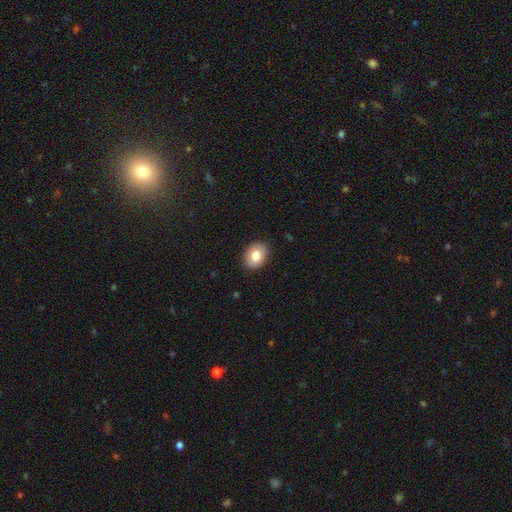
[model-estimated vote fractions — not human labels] A smooth galaxy with no disk features (80%) that is in between round and cigar-shaped (61%). Merging: none (88%).